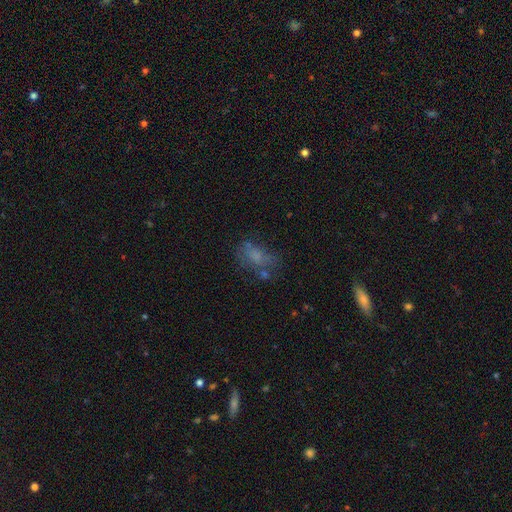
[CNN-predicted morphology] smooth_or_featured: smooth (p=0.52) [alt: featured or disk p=0.31]
how_rounded: in between (p=0.80) [alt: round p=0.15]
merging: none (p=0.44) [alt: major disturbance p=0.24]